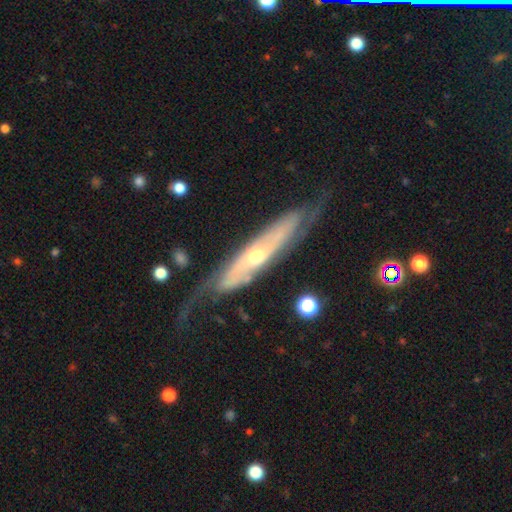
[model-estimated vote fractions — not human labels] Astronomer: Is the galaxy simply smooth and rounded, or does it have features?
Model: featured or disk — 82%.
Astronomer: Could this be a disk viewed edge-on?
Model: no — 62% (runner-up: yes, 38%).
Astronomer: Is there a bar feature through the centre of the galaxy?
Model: no — 62%.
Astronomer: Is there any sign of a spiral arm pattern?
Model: yes — 88%.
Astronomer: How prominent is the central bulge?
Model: moderate — 52% (runner-up: small, 42%).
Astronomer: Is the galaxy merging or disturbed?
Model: none — 61%.